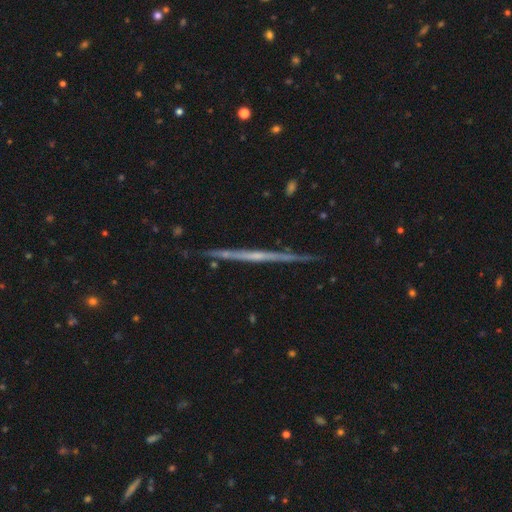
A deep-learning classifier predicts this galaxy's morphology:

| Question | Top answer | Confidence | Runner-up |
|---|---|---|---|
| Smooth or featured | featured or disk | 75% | smooth (18%) |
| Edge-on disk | yes | 98% | no (2%) |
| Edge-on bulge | none | 67% | rounded (26%) |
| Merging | none | 89% | minor disturbance (8%) |